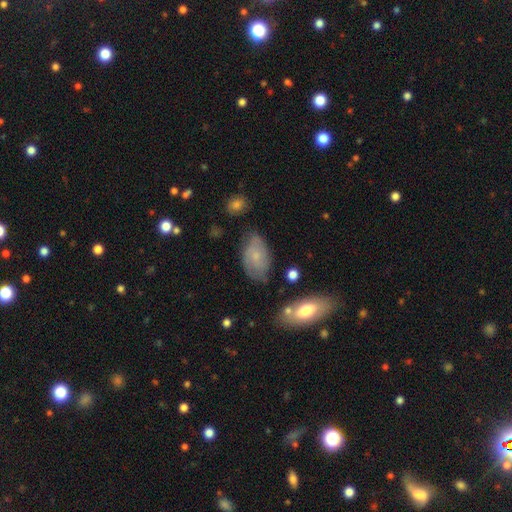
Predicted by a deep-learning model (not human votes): Overall: smooth (51%; featured or disk 40%). How rounded: in between (92%). Merging: none (65%).